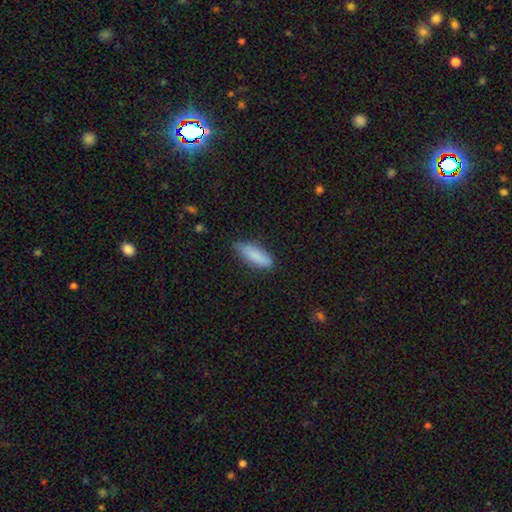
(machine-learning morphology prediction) Smooth or featured? smooth (87%)
How rounded? in between (53%)
Merging? none (77%)